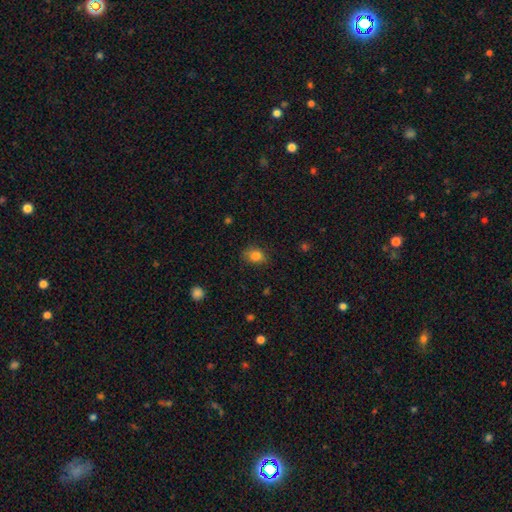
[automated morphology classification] Smooth or featured?
  - smooth: 83% *
  - star or artifact: 11%
  - featured or disk: 6%
How rounded?
  - in between: 55% *
  - round: 44%
  - cigar-shaped: 1%
Merging?
  - none: 73% *
  - minor disturbance: 21%
  - major disturbance: 5%
  - merger: 1%